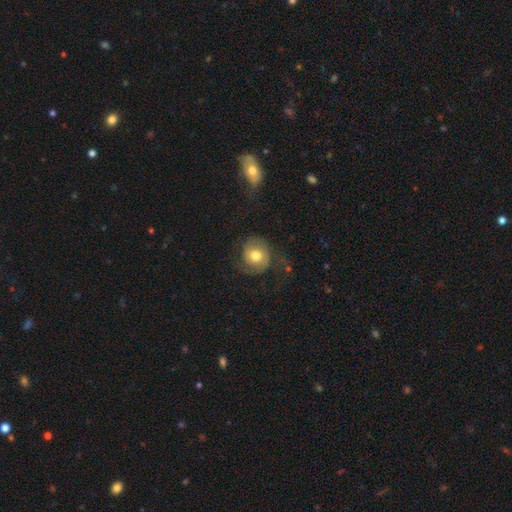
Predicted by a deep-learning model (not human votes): smooth_or_featured: featured or disk (p=0.54) [alt: smooth p=0.39]
disk_edge_on: no (p=0.97) [alt: yes p=0.03]
bar: no (p=0.78) [alt: weak p=0.18]
has_spiral_arms: yes (p=0.83) [alt: no p=0.17]
bulge_size: moderate (p=0.72) [alt: large p=0.15]
merging: none (p=0.56) [alt: major disturbance p=0.22]